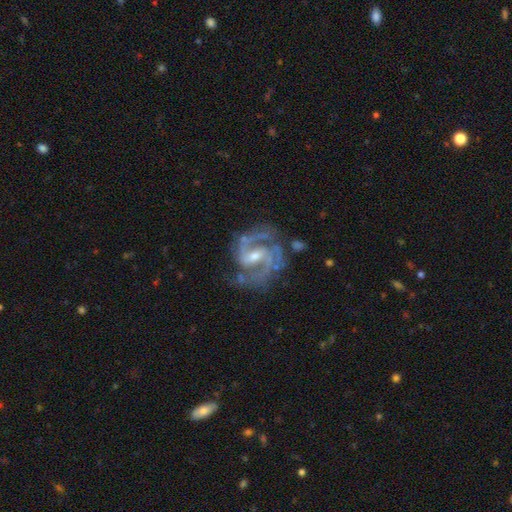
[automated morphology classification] The model was most divided on "bulge size": small: 51%, moderate: 45%, none: 2%, large: 2%, dominant: 1%. More confident: spiral arms — yes (98%); edge-on disk — no (98%); smooth or featured — featured or disk (93%); spiral arm count — 2 (75%); merging — none (67%); spiral winding — medium (59%); bar — weak (52%).